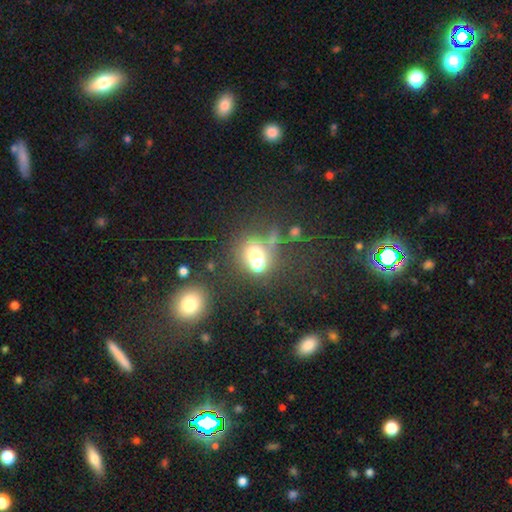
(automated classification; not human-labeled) smooth-or-featured: smooth: 62% | featured or disk: 22% | star or artifact: 17%
  how-rounded: round: 74% | in between: 25% | cigar-shaped: 1%
  merging: merger: 53% | none: 31% | minor disturbance: 8% | major disturbance: 7%